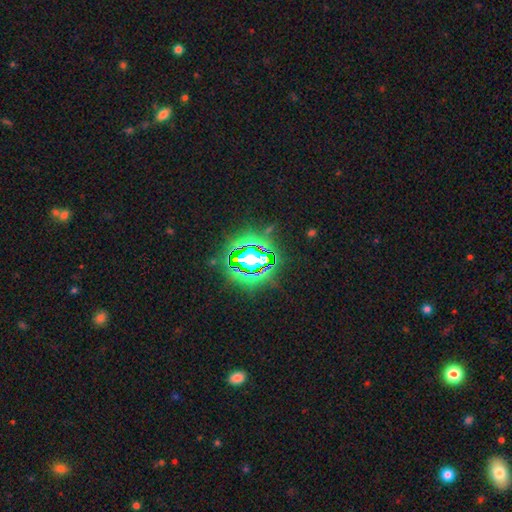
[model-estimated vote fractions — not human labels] Smooth or featured?
  - star or artifact: 73% *
  - smooth: 15%
  - featured or disk: 13%